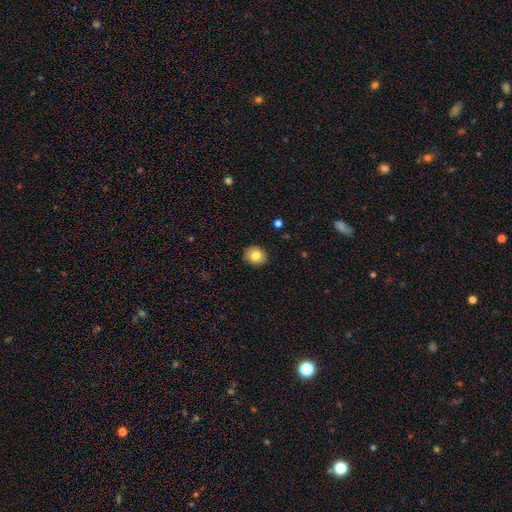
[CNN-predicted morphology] The model was most divided on "how rounded": round: 68%, in between: 31%, cigar-shaped: 1%. More confident: merging — none (89%); smooth or featured — smooth (82%).